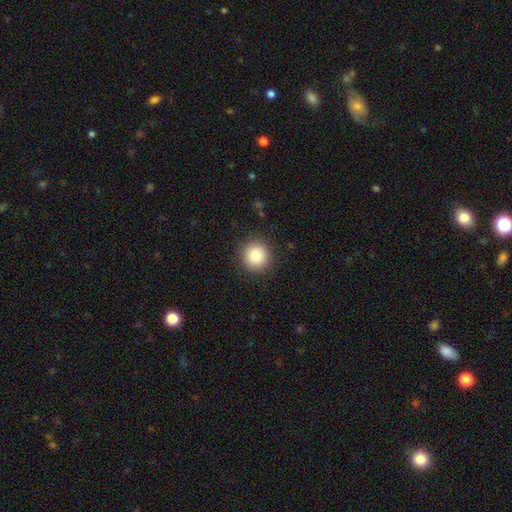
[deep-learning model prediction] Overall: smooth (86%). How rounded: round (94%). Merging: none (91%).